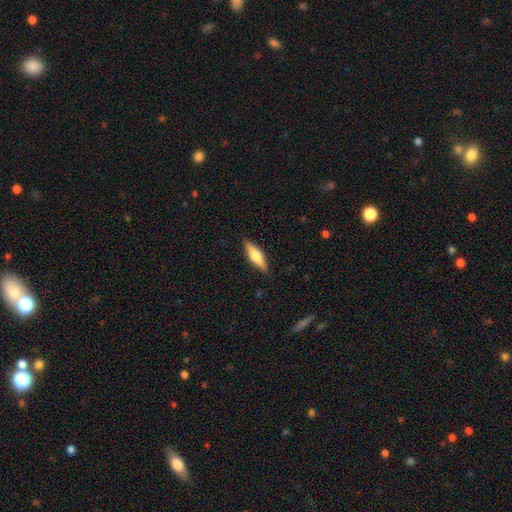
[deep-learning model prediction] smooth-or-featured: smooth: 48% | featured or disk: 46% | star or artifact: 6%
  merging: none: 88% | minor disturbance: 9% | major disturbance: 2% | merger: 1%